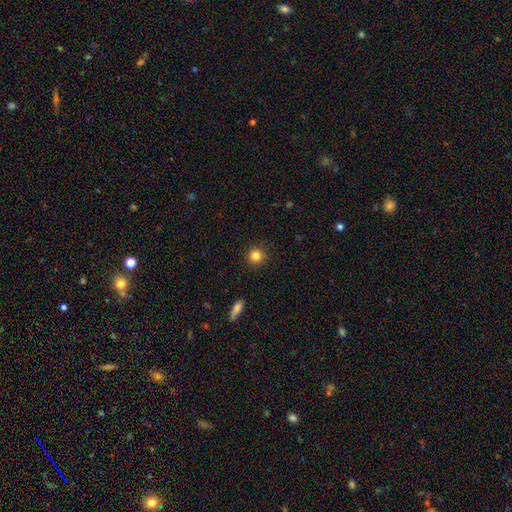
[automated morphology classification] type=smooth (84%); roundness=round (94%); merging=none (91%).